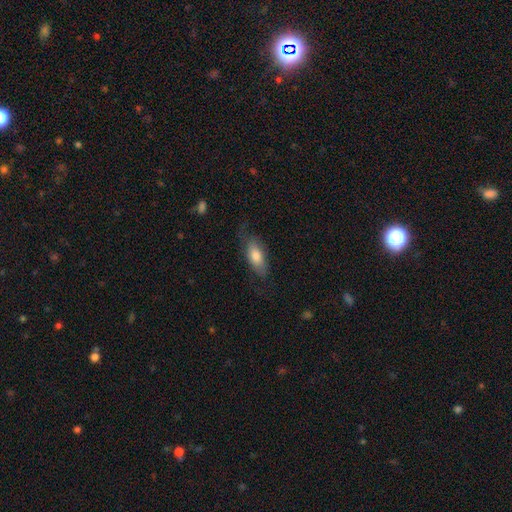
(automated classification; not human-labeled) This appears to be a smooth galaxy with no disk features (71%) that is in between round and cigar-shaped (76%). Merging: none (68%).